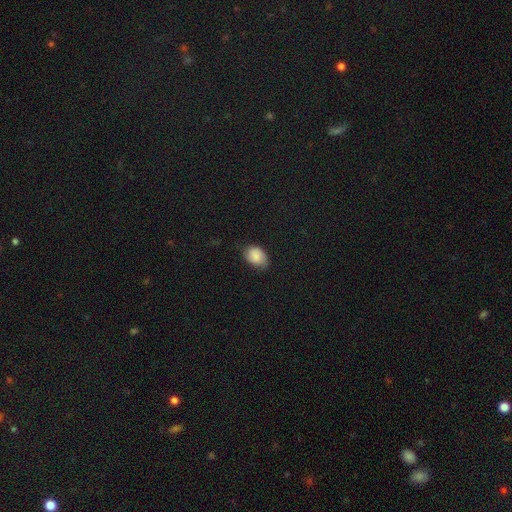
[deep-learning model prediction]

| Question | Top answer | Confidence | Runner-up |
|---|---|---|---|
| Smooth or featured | smooth | 83% | featured or disk (10%) |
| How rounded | in between | 80% | round (19%) |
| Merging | none | 66% | minor disturbance (28%) |